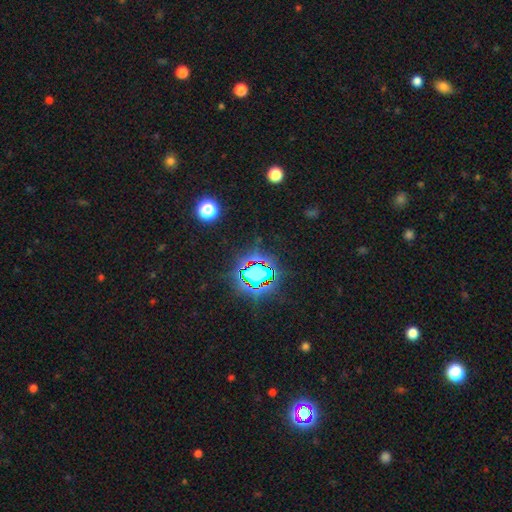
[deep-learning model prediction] A star or artifact, not a galaxy (81%).

Vote fractions:
- Smooth or featured? star or artifact: 81% / smooth: 12% / featured or disk: 7%